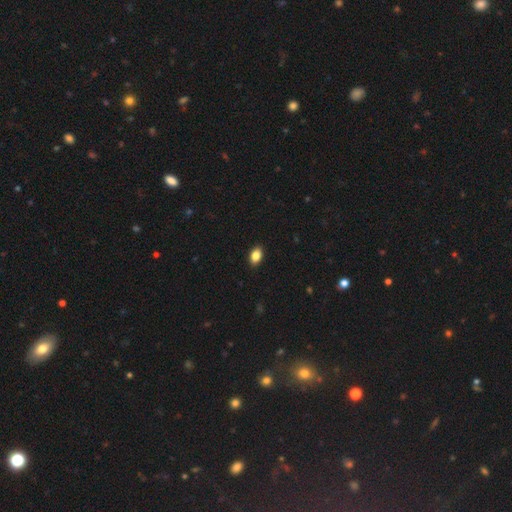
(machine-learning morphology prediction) Smooth or featured: smooth — 86% (star or artifact — 8%)
How rounded: in between — 88% (round — 10%)
Merging: none — 90% (minor disturbance — 7%)